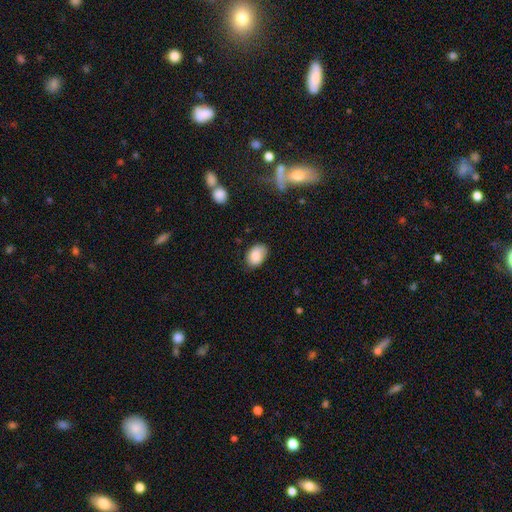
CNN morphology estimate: Q: Smooth or featured?
A: smooth (82%); runner-up: featured or disk (10%)
Q: How rounded?
A: in between (82%); runner-up: round (17%)
Q: Merging?
A: none (73%); runner-up: minor disturbance (21%)